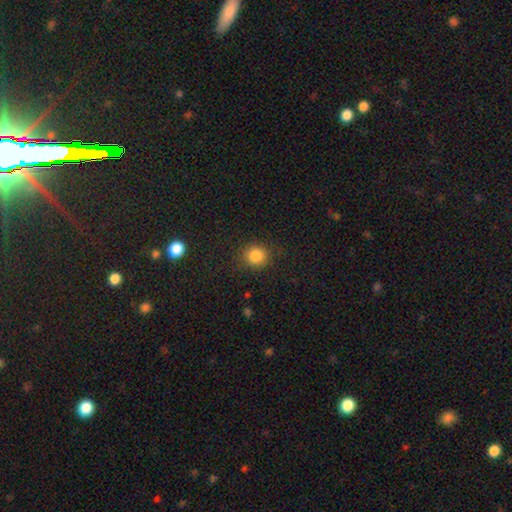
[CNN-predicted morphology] type=smooth (84%); roundness=round (88%); merging=none (88%).